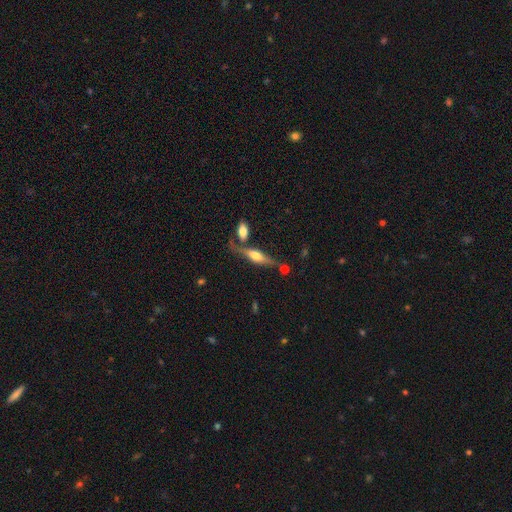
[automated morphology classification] type=featured or disk (65%); edge-on=yes (93%); edge-on bulge=rounded (87%); merging=none (65%).